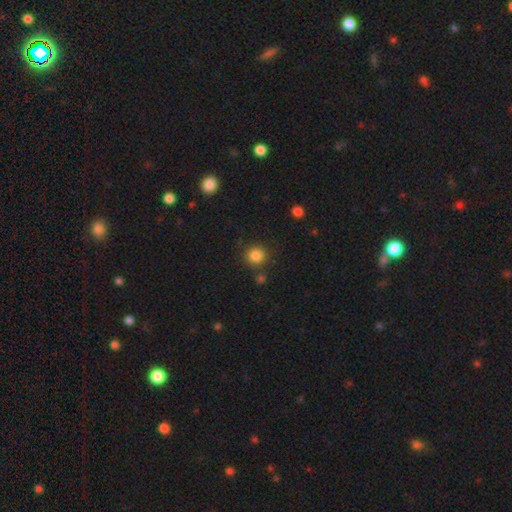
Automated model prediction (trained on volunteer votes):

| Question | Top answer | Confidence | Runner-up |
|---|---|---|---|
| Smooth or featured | smooth | 85% | star or artifact (11%) |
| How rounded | round | 92% | in between (7%) |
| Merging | none | 82% | minor disturbance (9%) |